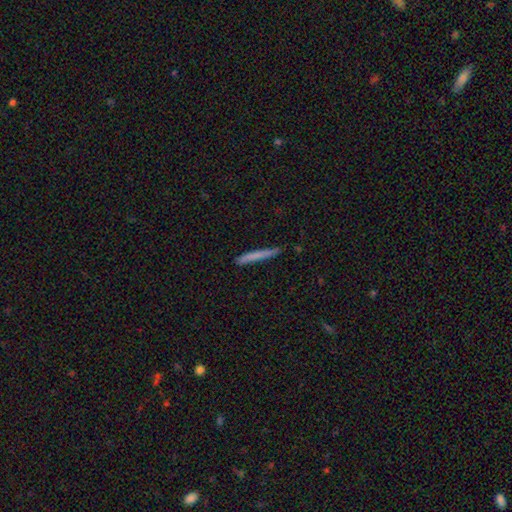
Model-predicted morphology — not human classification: A smooth galaxy with no disk features (71%) that is cigar-shaped (97%). Merging: none (85%).